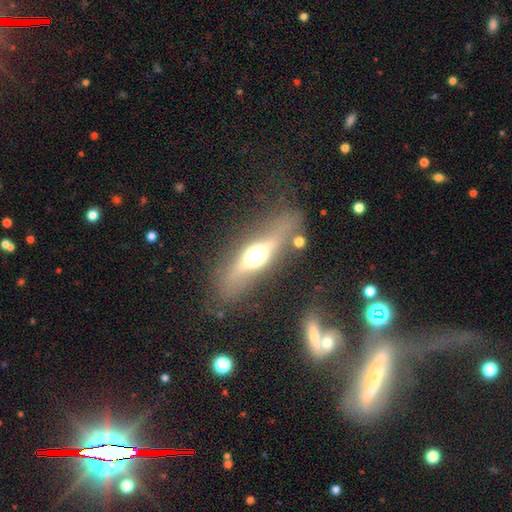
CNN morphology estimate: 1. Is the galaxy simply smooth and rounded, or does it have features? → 64% featured or disk, 27% smooth, 9% star or artifact.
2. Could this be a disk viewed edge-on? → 77% yes, 23% no.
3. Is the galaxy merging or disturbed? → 71% none, 14% minor disturbance, 10% major disturbance, 4% merger.